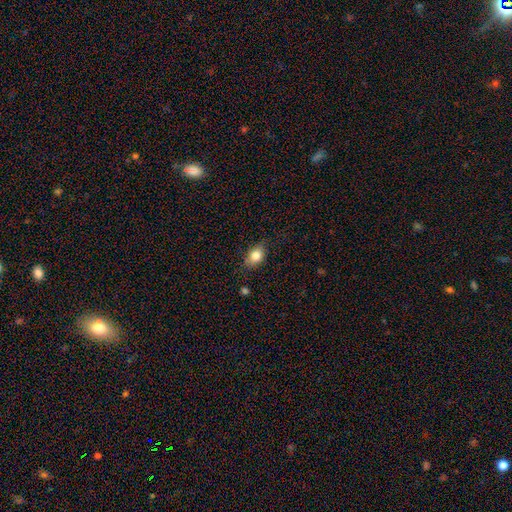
Volunteers were most divided on "how rounded": in between: 79%, round: 21%, cigar-shaped: 0%. More confident: smooth or featured — smooth (89%); merging — none (78%).